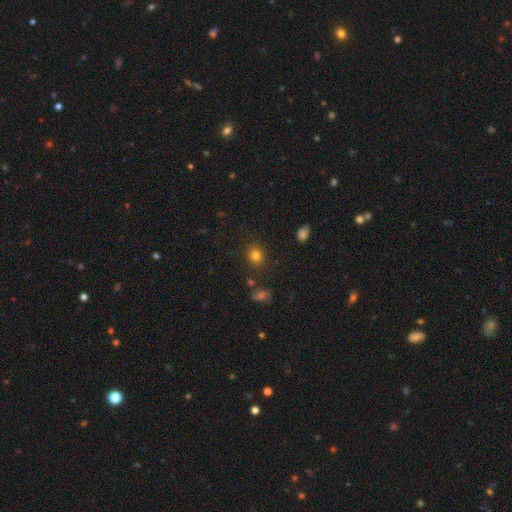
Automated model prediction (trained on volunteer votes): smooth-or-featured: smooth: 80% | star or artifact: 14% | featured or disk: 7%
  how-rounded: round: 72% | in between: 27% | cigar-shaped: 1%
  merging: none: 84% | minor disturbance: 10% | merger: 3% | major disturbance: 3%